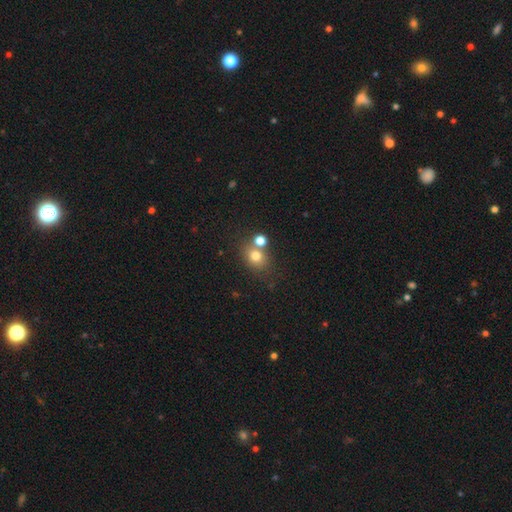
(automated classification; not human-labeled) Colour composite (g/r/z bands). It shows a smooth galaxy with no disk features (76%) that is round (61%). Merging: none (58%).